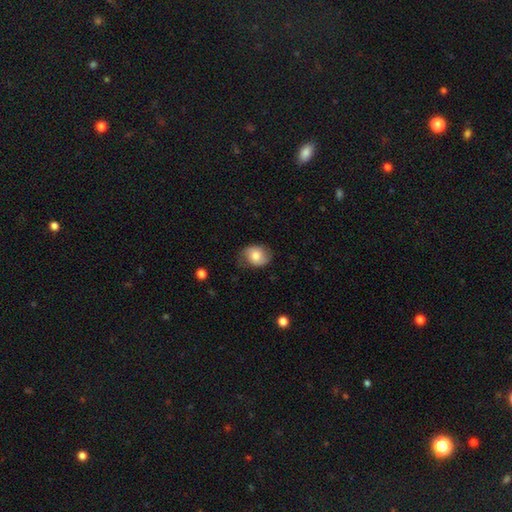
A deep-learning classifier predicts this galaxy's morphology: smooth_or_featured: smooth (p=0.67) [alt: featured or disk p=0.25]
how_rounded: in between (p=0.57) [alt: round p=0.42]
merging: none (p=0.65) [alt: minor disturbance p=0.26]